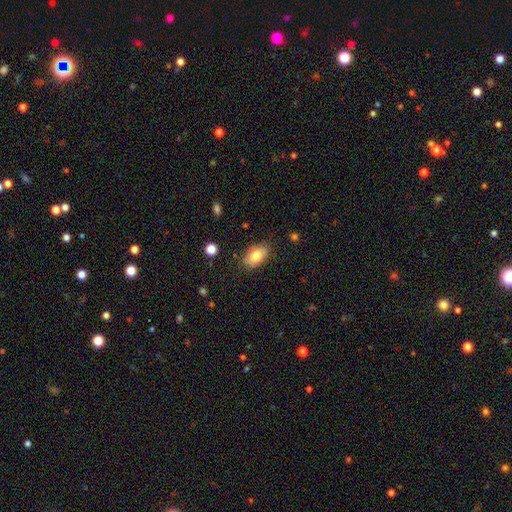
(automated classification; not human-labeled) Smooth or featured? Predicted: smooth (p=0.78). How rounded? Predicted: in between (p=0.91). Merging? Predicted: none (p=0.80).